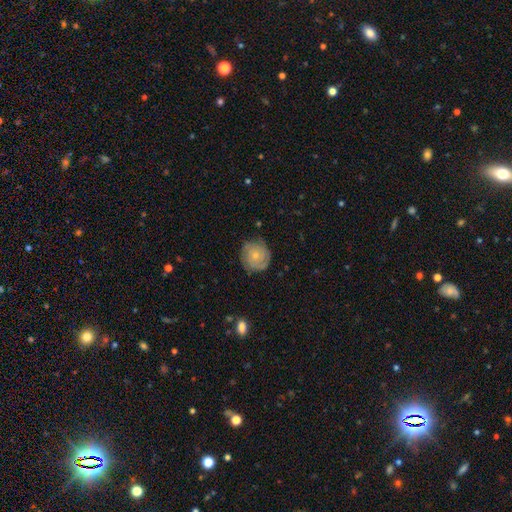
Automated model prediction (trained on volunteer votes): Smooth or featured?
  - featured or disk: 52% *
  - smooth: 41%
  - star or artifact: 7%
Edge-on disk?
  - no: 97% *
  - yes: 3%
Bar?
  - no: 84% *
  - weak: 14%
  - strong: 2%
Spiral arms?
  - yes: 79% *
  - no: 21%
Bulge size?
  - small: 67% *
  - moderate: 28%
  - none: 3%
  - large: 1%
  - dominant: 1%
Merging?
  - none: 76% *
  - minor disturbance: 18%
  - major disturbance: 5%
  - merger: 1%